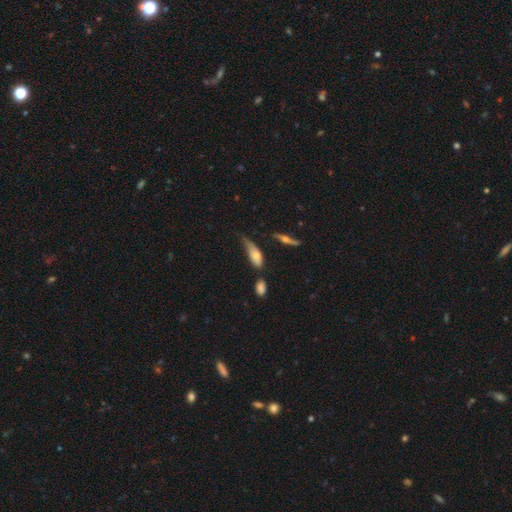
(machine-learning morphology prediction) The model was most divided on "merging": minor disturbance: 37%, major disturbance: 29%, none: 24%, merger: 10%. More confident: how rounded — in between (75%); smooth or featured — smooth (63%).